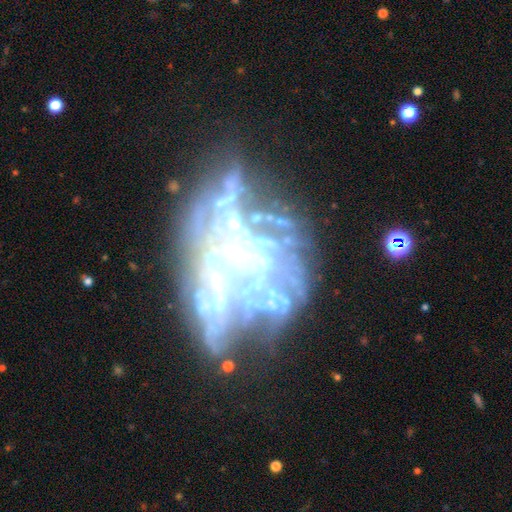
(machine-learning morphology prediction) A featured or disk galaxy (68%) with no bar (72%), no spiral arms (62%) and no central bulge (45%).

Vote fractions:
- Smooth or featured? featured or disk: 68% / star or artifact: 23% / smooth: 9%
- Edge-on disk? no: 97% / yes: 3%
- Bar? no: 72% / weak: 15% / strong: 13%
- Spiral arms? no: 62% / yes: 38%
- Bulge size? none: 45% / moderate: 27% / small: 19% / large: 6% / dominant: 3%
- Merging? merger: 42% / major disturbance: 25% / none: 21% / minor disturbance: 11%